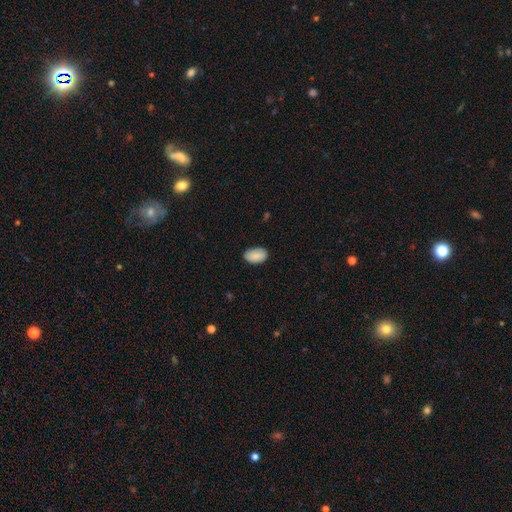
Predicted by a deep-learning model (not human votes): The model was most divided on "merging": none: 83%, minor disturbance: 13%, major disturbance: 2%, merger: 1%. More confident: how rounded — in between (92%); smooth or featured — smooth (88%).